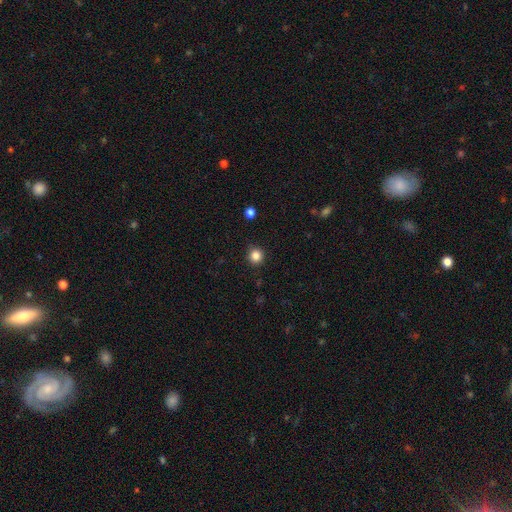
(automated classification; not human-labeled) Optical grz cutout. It shows a smooth galaxy with no disk features (85%) that is round (94%). Merging: none (91%).